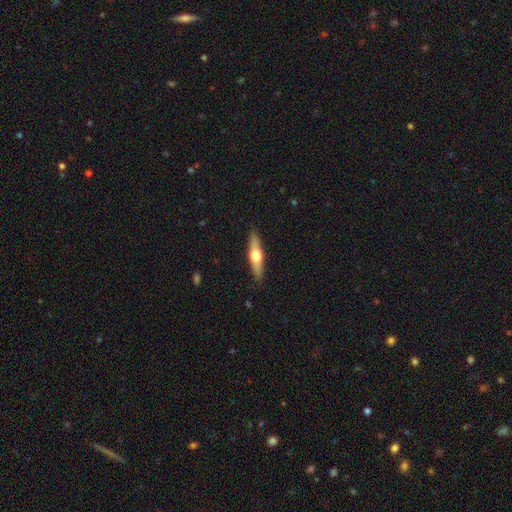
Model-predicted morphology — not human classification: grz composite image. It shows a featured or disk galaxy (54%) viewed edge-on (92%). Merging: none (90%).